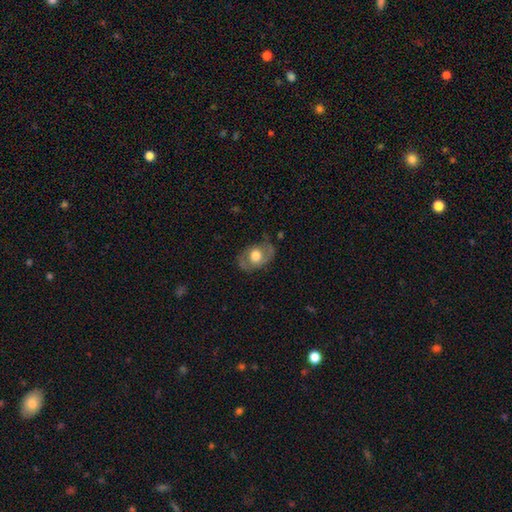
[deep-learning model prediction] This is possibly a smooth galaxy (49%). Merging: likely none (66%).